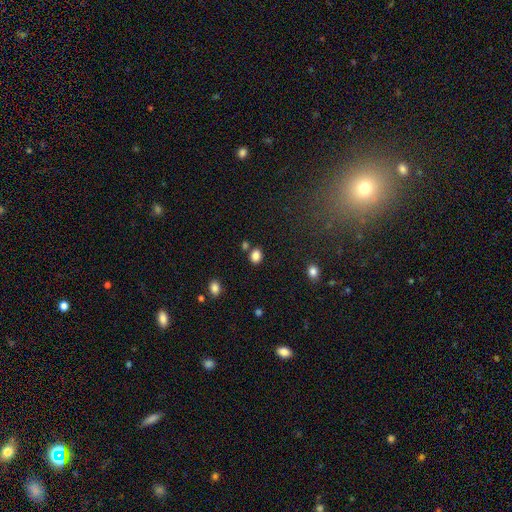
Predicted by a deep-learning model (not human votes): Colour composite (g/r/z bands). It shows a smooth galaxy with no disk features (84%) that is round (51%). Merging: none (75%).